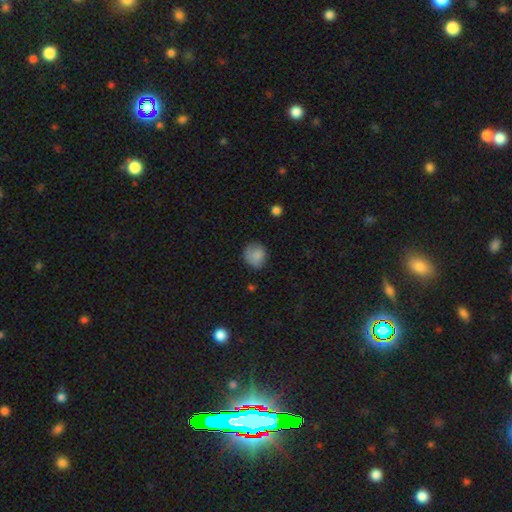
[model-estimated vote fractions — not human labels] smooth 84%, star or artifact 9%, featured or disk 7%. Down the decision tree: how rounded — round (80%); merging — none (72%).